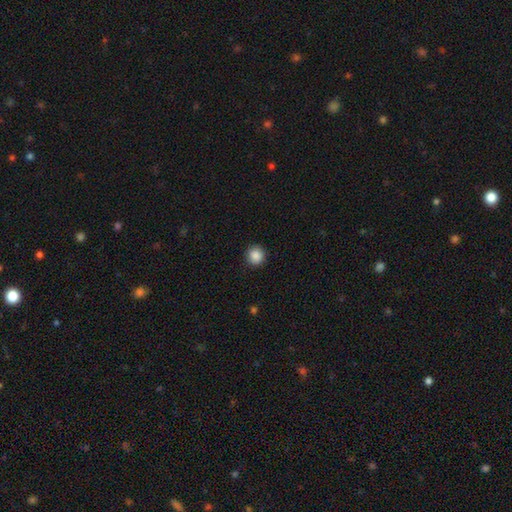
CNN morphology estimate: Smooth or featured?
  - smooth: 88% *
  - star or artifact: 9%
  - featured or disk: 3%
How rounded?
  - round: 93% *
  - in between: 6%
  - cigar-shaped: 1%
Merging?
  - none: 91% *
  - minor disturbance: 6%
  - major disturbance: 2%
  - merger: 1%